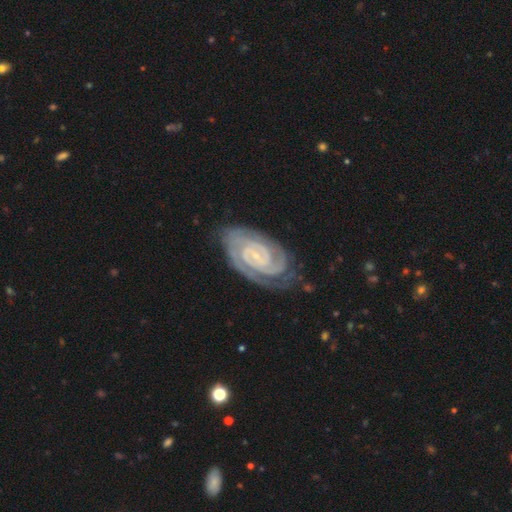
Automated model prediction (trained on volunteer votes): A featured or disk galaxy (91%) with no bar (53%), 2 (72%) tight (84%) spiral arms (99%) and a small central bulge (78%).

Vote fractions:
- Smooth or featured? featured or disk: 91% / star or artifact: 5% / smooth: 4%
- Edge-on disk? no: 97% / yes: 3%
- Bar? no: 53% / weak: 32% / strong: 15%
- Spiral arms? yes: 99% / no: 1%
- Spiral winding? tight: 84% / medium: 14% / loose: 2%
- Spiral arm count? 2: 72% / 3: 11% / can't tell: 7% / 4: 4% / 1: 3% / more than 4: 3%
- Bulge size? small: 78% / none: 10% / moderate: 10% / large: 1% / dominant: 1%
- Merging? none: 77% / minor disturbance: 17% / major disturbance: 5% / merger: 2%